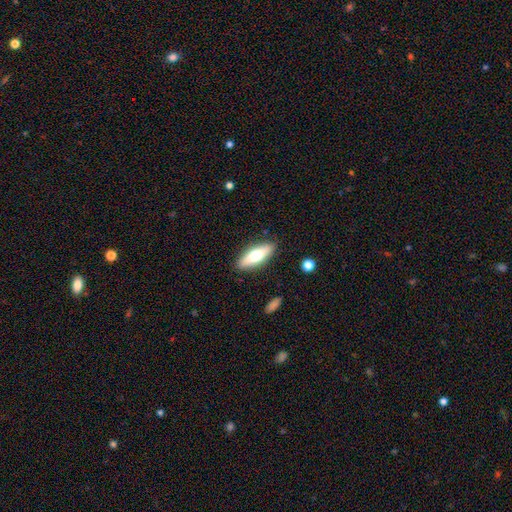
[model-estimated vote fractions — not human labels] A smooth galaxy with no disk features (58%) that is in between round and cigar-shaped (56%).

Vote fractions:
- Smooth or featured? smooth: 58% / featured or disk: 36% / star or artifact: 6%
- How rounded? in between: 56% / cigar-shaped: 41% / round: 2%
- Merging? none: 87% / minor disturbance: 9% / major disturbance: 2% / merger: 1%